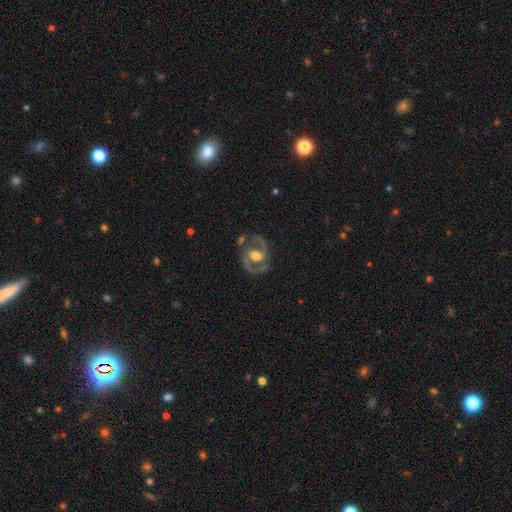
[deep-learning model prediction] Smooth or featured? Predicted: featured or disk (p=0.90). Edge-on disk? Predicted: no (p=0.98). Bar? Predicted: weak (p=0.43). Spiral arms? Predicted: yes (p=0.96). Spiral winding? Predicted: medium (p=0.63). Spiral arm count? Predicted: 2 (p=0.93). Bulge size? Predicted: moderate (p=0.65). Merging? Predicted: none (p=0.78).